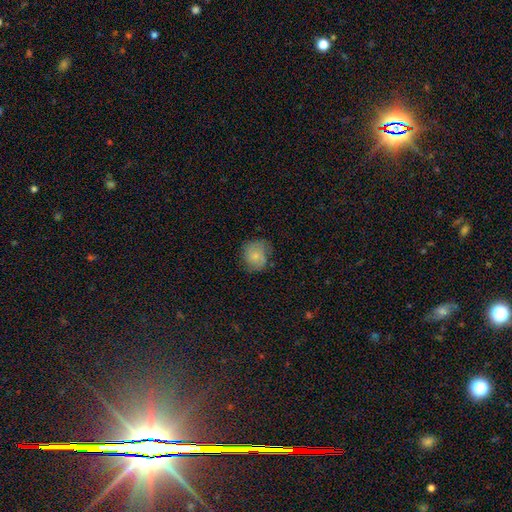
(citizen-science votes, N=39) smooth_or_featured: smooth (p=0.85) [alt: featured or disk p=0.13]
how_rounded: round (p=0.85) [alt: in between p=0.15]
merging: none (p=0.61) [alt: minor disturbance p=0.26]